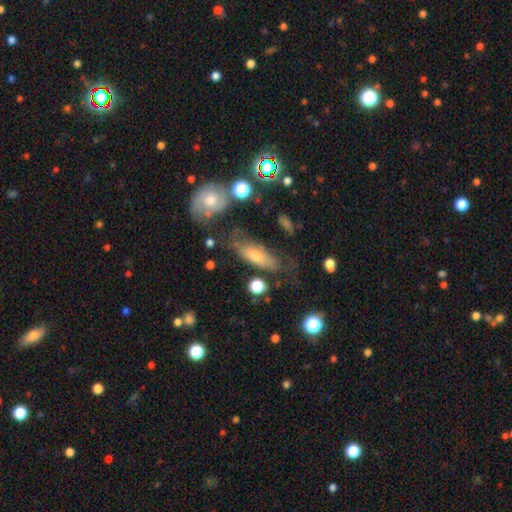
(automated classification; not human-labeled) This is possibly a smooth galaxy (50%). How rounded: likely in between (62%). Merging: possibly none (51%).